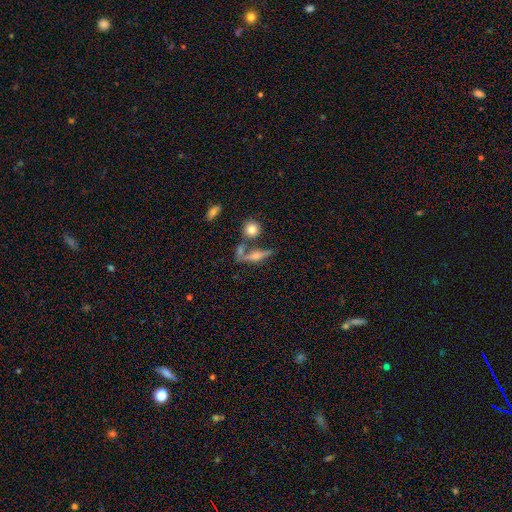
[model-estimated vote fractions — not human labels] Smooth or featured? Predicted: featured or disk (p=0.54). Edge-on disk? Predicted: yes (p=0.87). Merging? Predicted: none (p=0.61).